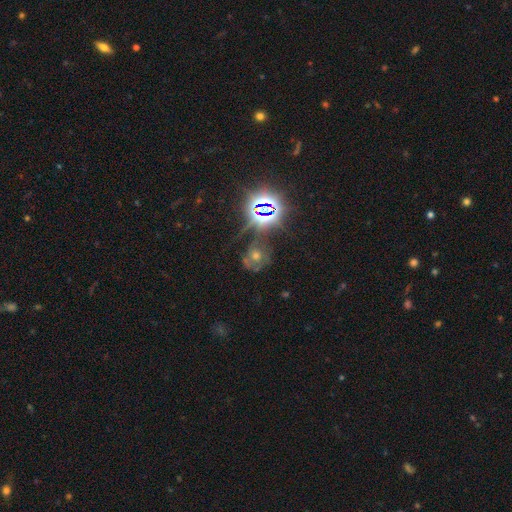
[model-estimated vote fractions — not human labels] star or artifact 55%, featured or disk 27%, smooth 19%.